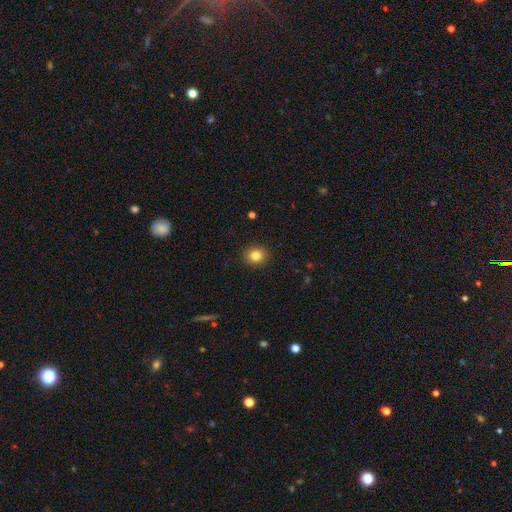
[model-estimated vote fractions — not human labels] Overall: smooth (83%). How rounded: round (80%). Merging: none (91%).